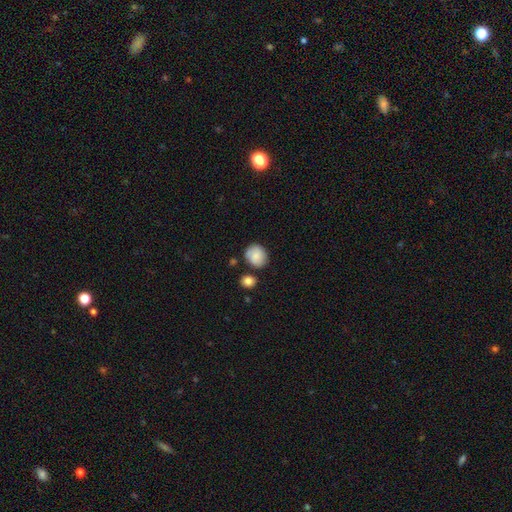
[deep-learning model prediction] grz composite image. It shows a smooth galaxy with no disk features (84%) that is round (73%). Merging: none (73%).